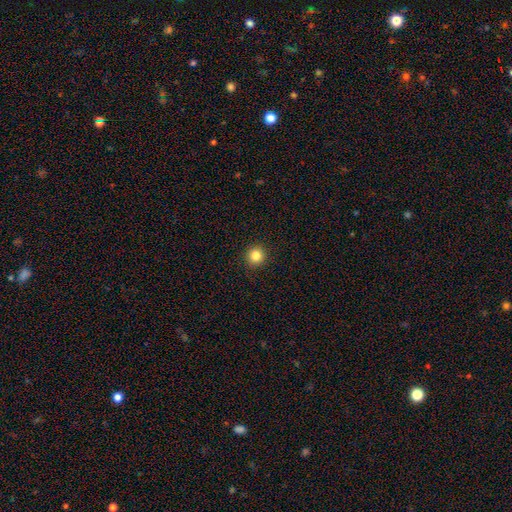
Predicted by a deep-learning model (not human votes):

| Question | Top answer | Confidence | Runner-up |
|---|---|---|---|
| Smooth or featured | smooth | 84% | star or artifact (12%) |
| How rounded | round | 94% | in between (5%) |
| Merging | none | 92% | minor disturbance (5%) |